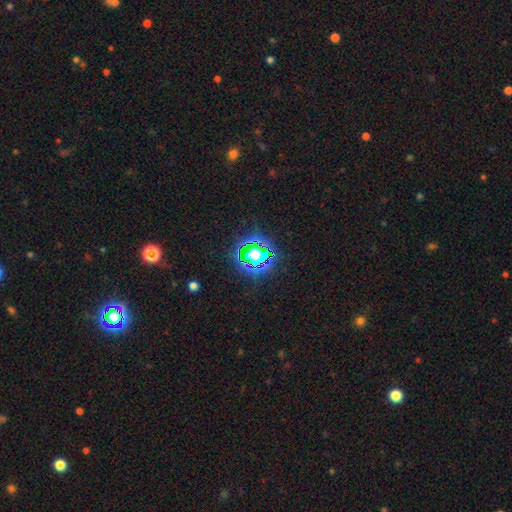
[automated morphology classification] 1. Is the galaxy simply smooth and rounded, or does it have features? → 60% star or artifact, 27% smooth, 13% featured or disk.